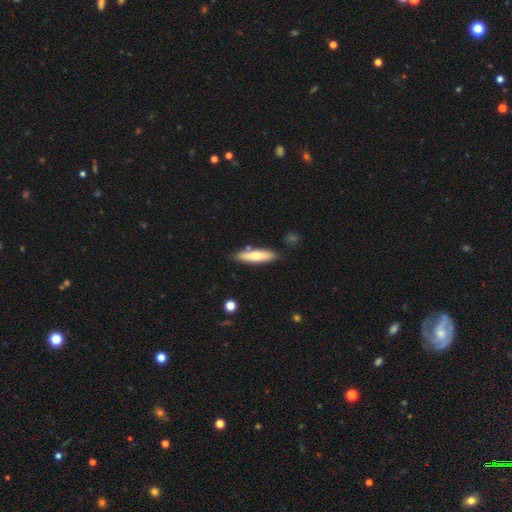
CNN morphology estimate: smooth_or_featured: smooth (p=0.63) [alt: featured or disk p=0.31]
how_rounded: cigar-shaped (p=0.69) [alt: in between p=0.29]
merging: none (p=0.82) [alt: minor disturbance p=0.12]